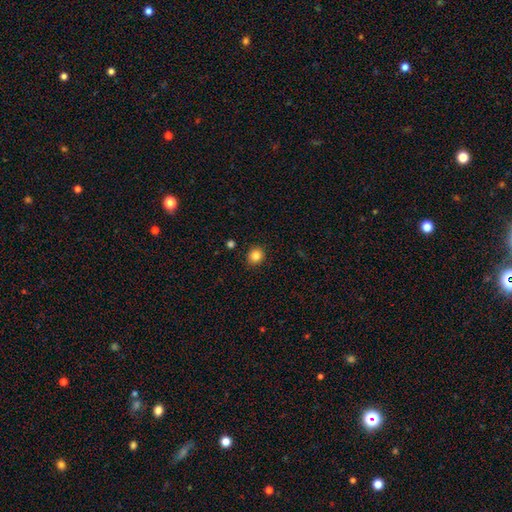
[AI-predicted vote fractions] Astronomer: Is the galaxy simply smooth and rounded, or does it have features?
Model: smooth — 85%.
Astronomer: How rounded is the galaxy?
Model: round — 83%.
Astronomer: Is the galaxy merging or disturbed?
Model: none — 90%.